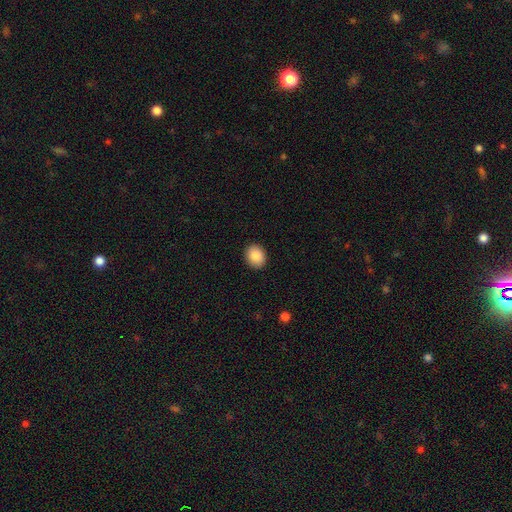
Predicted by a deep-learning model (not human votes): Q: Smooth or featured?
A: smooth (88%); runner-up: star or artifact (8%)
Q: How rounded?
A: round (56%); runner-up: in between (43%)
Q: Merging?
A: none (91%); runner-up: minor disturbance (6%)